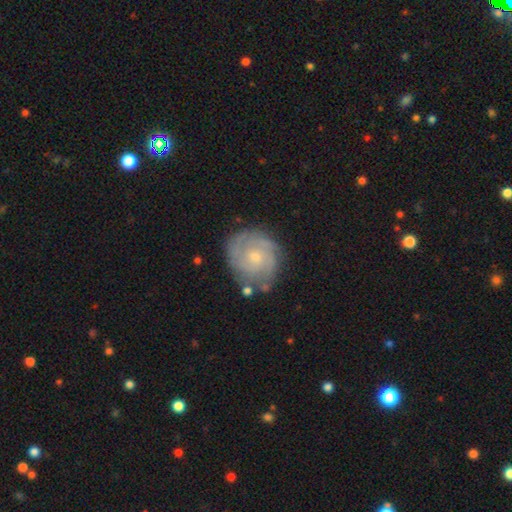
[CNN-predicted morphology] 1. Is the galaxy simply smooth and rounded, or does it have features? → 78% featured or disk, 16% smooth, 6% star or artifact.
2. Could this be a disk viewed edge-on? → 98% no, 2% yes.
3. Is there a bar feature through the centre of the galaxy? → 76% no, 21% weak, 3% strong.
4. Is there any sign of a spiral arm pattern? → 93% yes, 7% no.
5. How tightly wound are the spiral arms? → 67% tight, 27% medium, 6% loose.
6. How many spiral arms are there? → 28% can't tell (tied), 28% 3 (tied), 21% 2, 13% 4, 5% 1, 5% more than 4.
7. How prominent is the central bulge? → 68% small, 28% moderate, 2% none, 1% large, 1% dominant.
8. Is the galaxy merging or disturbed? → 75% none, 17% minor disturbance, 5% major disturbance, 4% merger.